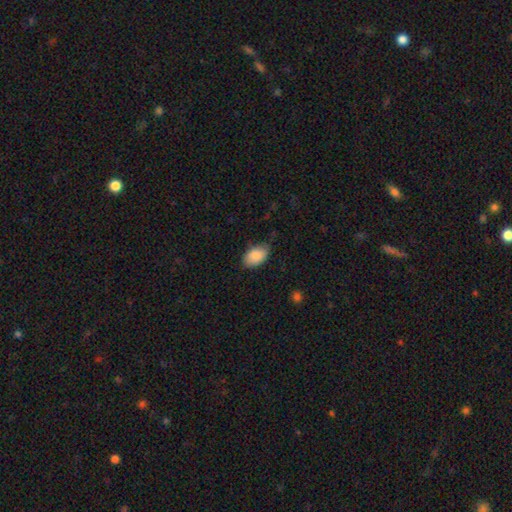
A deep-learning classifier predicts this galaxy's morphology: Smooth or featured? smooth (88%)
How rounded? in between (92%)
Merging? none (73%)